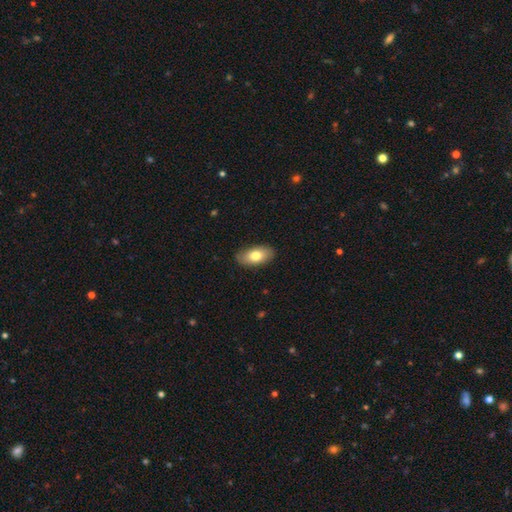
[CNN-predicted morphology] smooth-or-featured: smooth: 77% | featured or disk: 17% | star or artifact: 6%
  how-rounded: in between: 92% | cigar-shaped: 4% | round: 4%
  merging: none: 87% | minor disturbance: 10% | major disturbance: 2% | merger: 1%